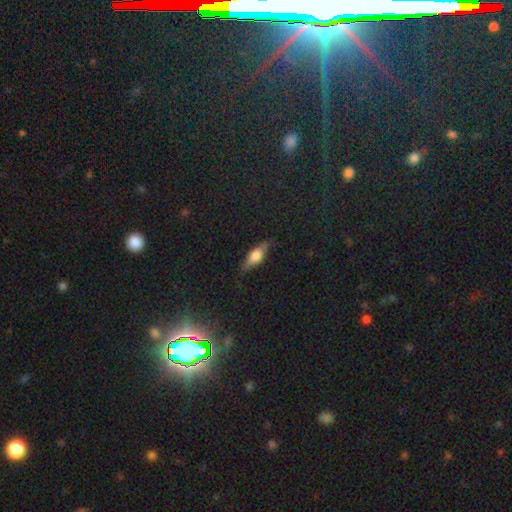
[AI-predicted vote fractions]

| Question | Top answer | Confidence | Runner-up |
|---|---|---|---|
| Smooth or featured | smooth | 49% | featured or disk (43%) |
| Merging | none | 80% | minor disturbance (16%) |